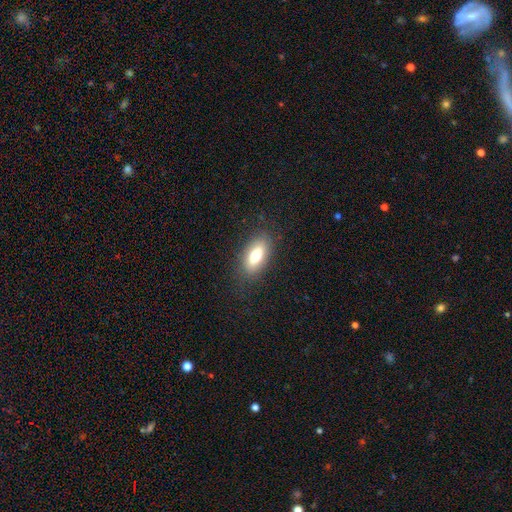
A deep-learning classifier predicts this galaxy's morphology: type=smooth (75%); roundness=in between (87%); merging=none (84%).